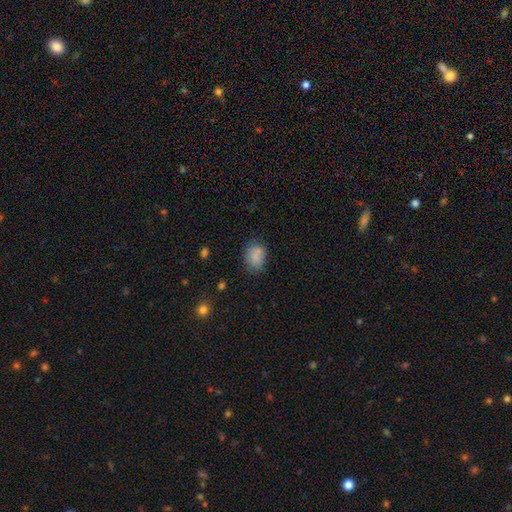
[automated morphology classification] Smooth or featured? Predicted: smooth (p=0.83). How rounded? Predicted: in between (p=0.61). Merging? Predicted: none (p=0.72).